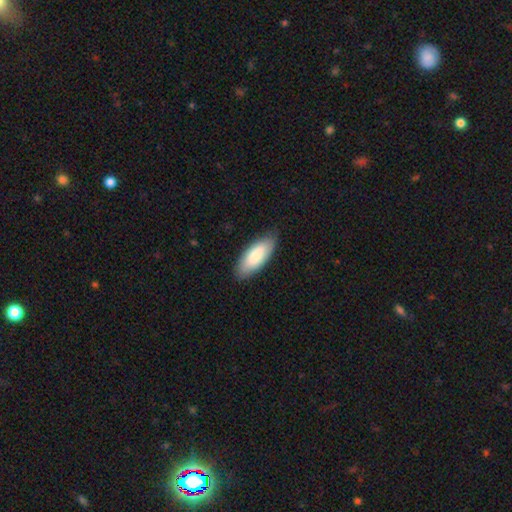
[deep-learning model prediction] This is clearly a smooth galaxy (84%). How rounded: clearly in between (81%). Merging: clearly none (83%).